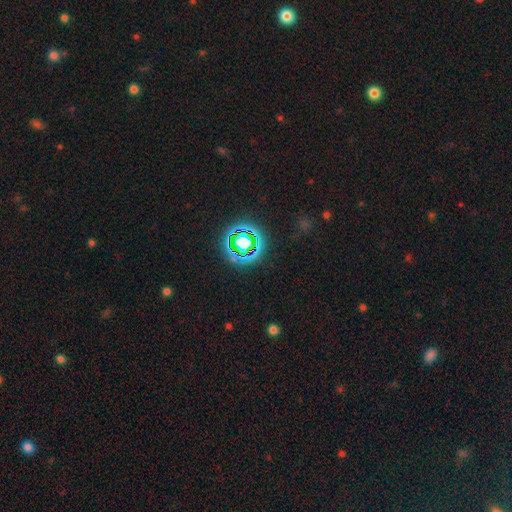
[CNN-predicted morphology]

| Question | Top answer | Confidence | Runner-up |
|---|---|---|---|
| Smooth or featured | star or artifact | 77% | smooth (16%) |